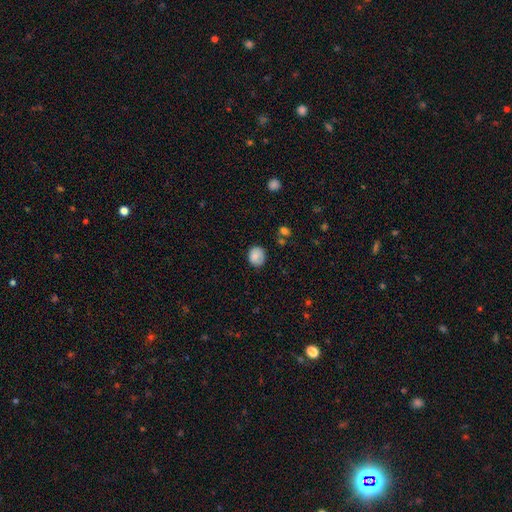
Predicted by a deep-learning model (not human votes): smooth_or_featured: smooth (p=0.83) [alt: star or artifact p=0.09]
how_rounded: round (p=0.68) [alt: in between p=0.31]
merging: none (p=0.73) [alt: minor disturbance p=0.20]